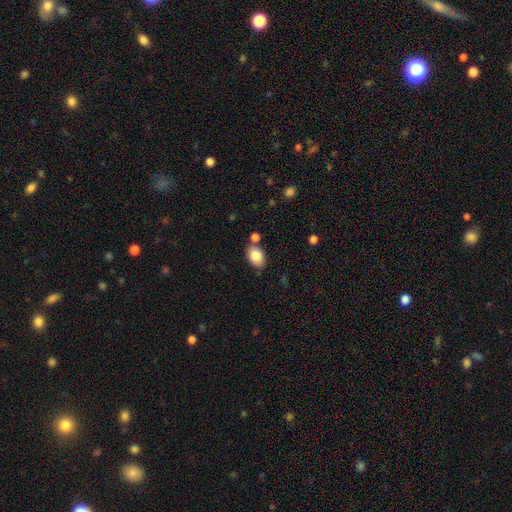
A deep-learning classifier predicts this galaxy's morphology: A smooth galaxy with no disk features (83%) that is in between round and cigar-shaped (79%). Merging: none (71%).